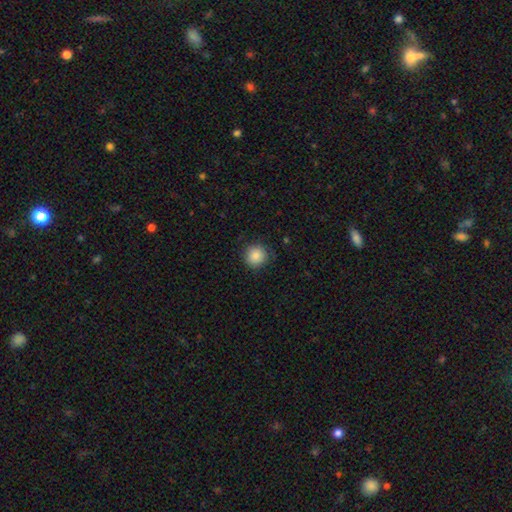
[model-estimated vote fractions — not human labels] Smooth or featured? Predicted: smooth (p=0.87). How rounded? Predicted: round (p=0.93). Merging? Predicted: none (p=0.86).